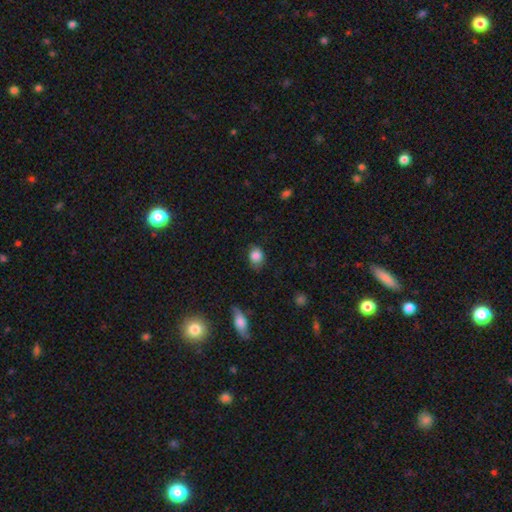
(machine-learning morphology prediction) A smooth galaxy with no disk features (86%) that is round (51%).

Vote fractions:
- Smooth or featured? smooth: 86% / star or artifact: 9% / featured or disk: 6%
- How rounded? round: 51% / in between: 48% / cigar-shaped: 1%
- Merging? none: 66% / minor disturbance: 26% / major disturbance: 6% / merger: 2%